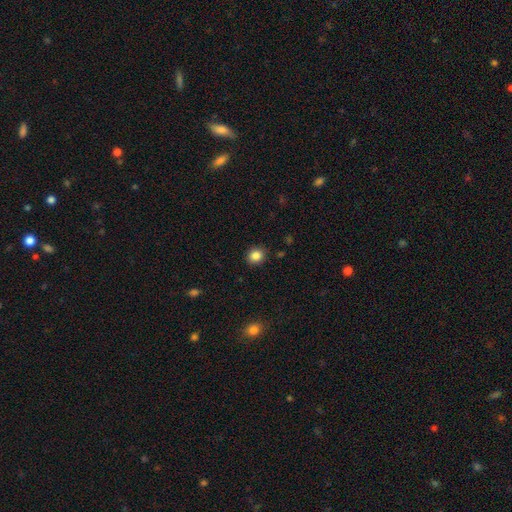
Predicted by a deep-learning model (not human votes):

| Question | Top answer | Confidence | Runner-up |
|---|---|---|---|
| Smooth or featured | smooth | 85% | star or artifact (10%) |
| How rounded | round | 76% | in between (23%) |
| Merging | none | 89% | minor disturbance (8%) |